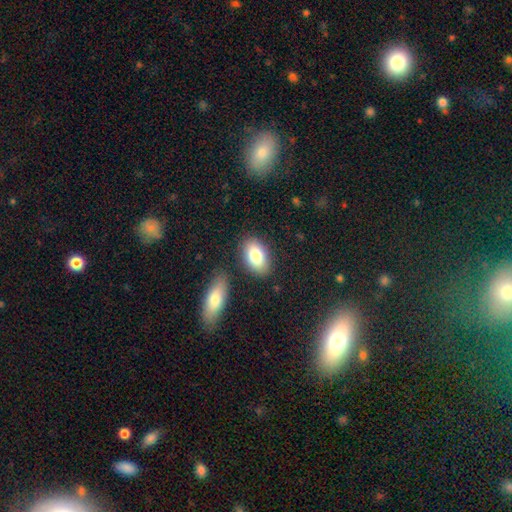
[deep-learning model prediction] Morphology: type=smooth (81%); roundness=in between (89%); merging=none (82%).